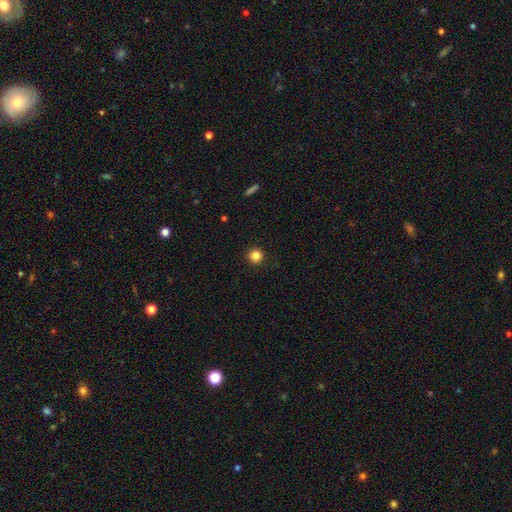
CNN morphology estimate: Smooth or featured? smooth (84%)
How rounded? round (95%)
Merging? none (92%)